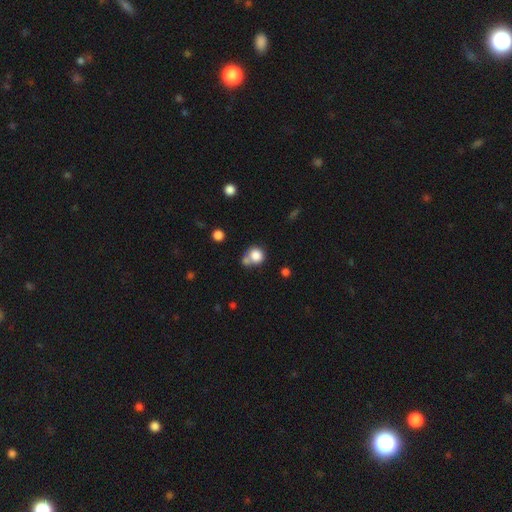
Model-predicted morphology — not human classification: Overall: smooth (82%). How rounded: round (85%). Merging: none (52%; merger 31%).